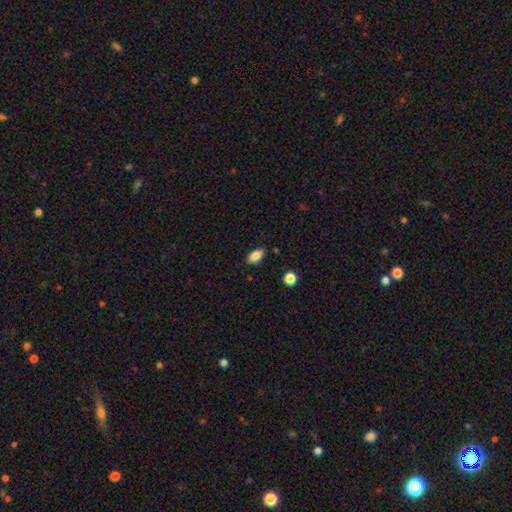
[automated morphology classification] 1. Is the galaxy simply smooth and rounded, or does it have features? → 85% smooth, 8% star or artifact, 7% featured or disk.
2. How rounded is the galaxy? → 90% in between, 6% cigar-shaped, 4% round.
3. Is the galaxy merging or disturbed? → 84% none, 12% minor disturbance, 2% major disturbance, 2% merger.